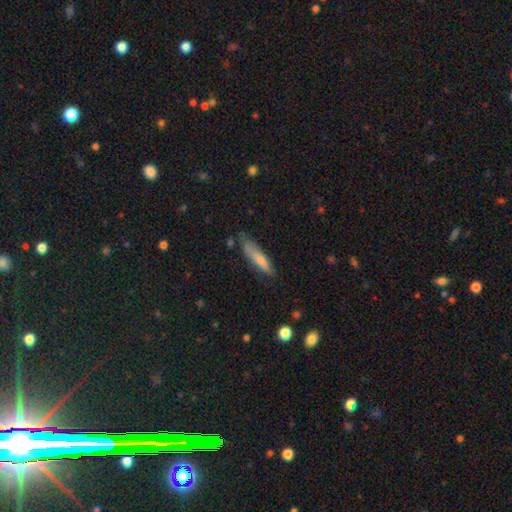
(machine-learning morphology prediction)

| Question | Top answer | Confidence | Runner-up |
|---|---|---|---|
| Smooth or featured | smooth | 64% | featured or disk (27%) |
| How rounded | cigar-shaped | 82% | in between (16%) |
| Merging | none | 72% | minor disturbance (21%) |